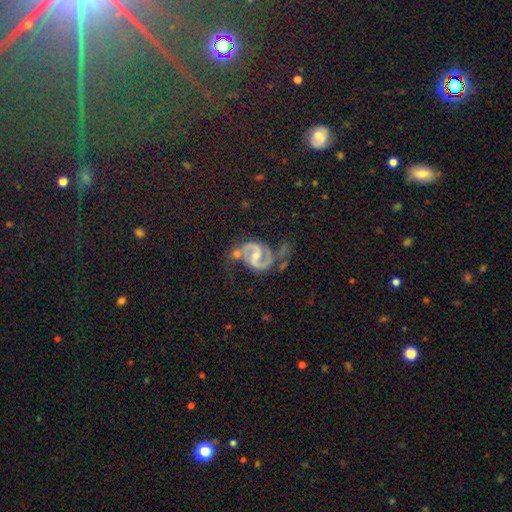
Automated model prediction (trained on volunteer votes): The model was most divided on "bulge size": small: 48%, moderate: 47%, none: 3%, large: 2%, dominant: 1%. Remaining: edge-on disk — no (98%); spiral arms — yes (98%); spiral arm count — 2 (93%); smooth or featured — featured or disk (91%); spiral winding — medium (60%); merging — none (49%); bar — weak (48%).